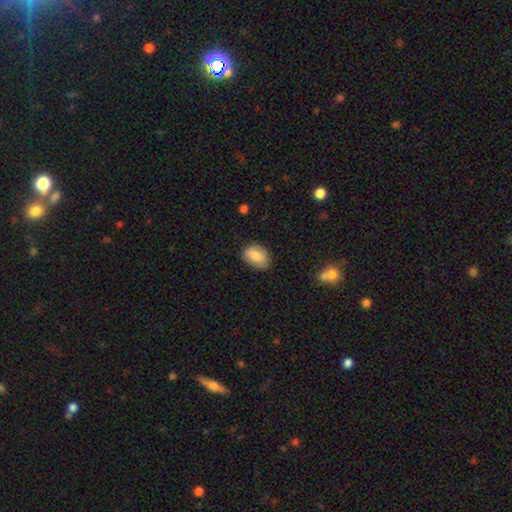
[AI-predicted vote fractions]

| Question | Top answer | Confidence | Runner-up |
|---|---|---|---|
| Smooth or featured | smooth | 82% | featured or disk (11%) |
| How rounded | in between | 83% | round (16%) |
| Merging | none | 79% | minor disturbance (17%) |